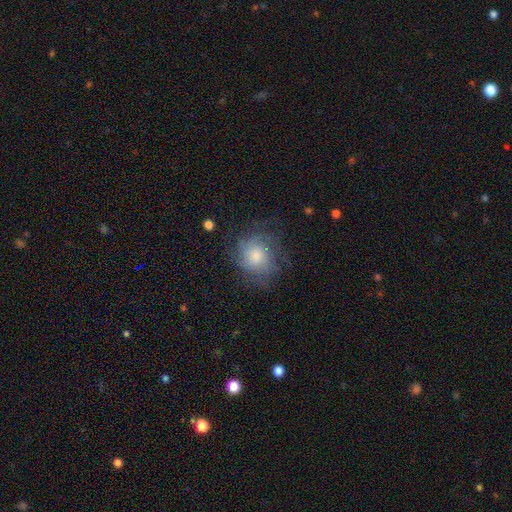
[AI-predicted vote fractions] smooth_or_featured: featured or disk (p=0.54) [alt: smooth p=0.34]
disk_edge_on: no (p=0.97) [alt: yes p=0.03]
bar: no (p=0.79) [alt: weak p=0.19]
has_spiral_arms: yes (p=0.84) [alt: no p=0.16]
bulge_size: moderate (p=0.55) [alt: small p=0.25]
merging: none (p=0.71) [alt: minor disturbance p=0.18]